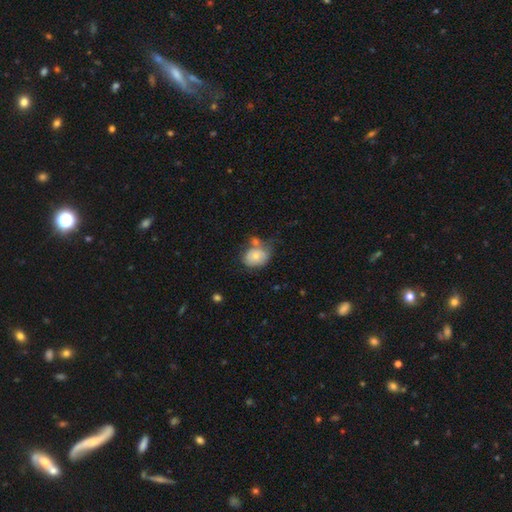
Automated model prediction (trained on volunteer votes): smooth_or_featured: smooth (p=0.73) [alt: featured or disk p=0.20]
how_rounded: in between (p=0.64) [alt: round p=0.35]
merging: none (p=0.44) [alt: minor disturbance p=0.25]